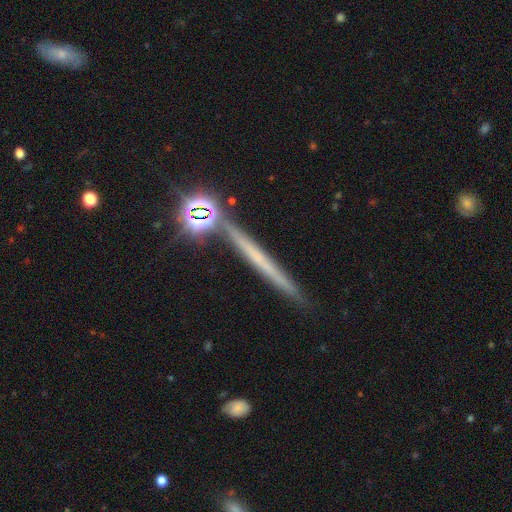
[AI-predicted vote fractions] The model was most divided on "smooth or featured": featured or disk: 55%, smooth: 33%, star or artifact: 12%. More confident: edge-on disk — yes (95%); merging — none (83%); edge-on bulge — none (81%).